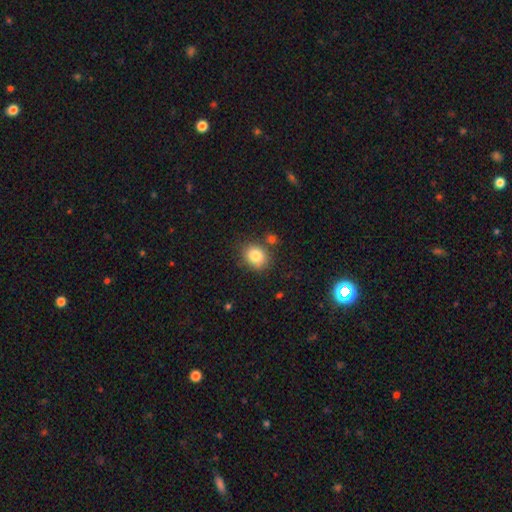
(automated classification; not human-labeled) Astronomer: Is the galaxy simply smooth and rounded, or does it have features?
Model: smooth — 83%.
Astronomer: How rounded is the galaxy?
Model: round — 62%.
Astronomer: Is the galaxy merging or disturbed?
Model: none — 76%.